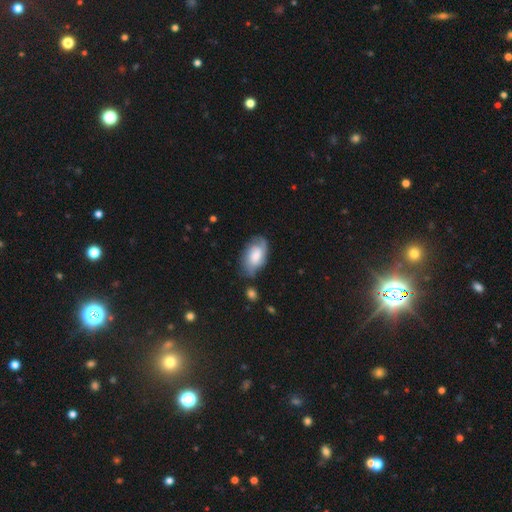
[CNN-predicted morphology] type=smooth (51%); roundness=in between (92%); merging=none (60%).